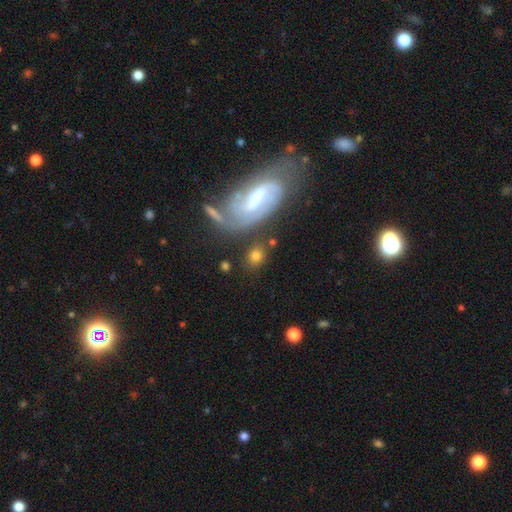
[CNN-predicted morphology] This is likely a smooth galaxy (72%). How rounded: possibly round (52%). Merging: likely none (70%).